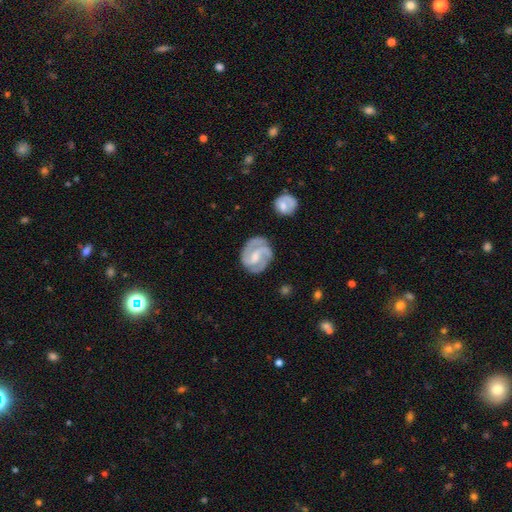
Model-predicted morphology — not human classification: smooth-or-featured: featured or disk: 84% | smooth: 11% | star or artifact: 5%
  disk-edge-on: no: 98% | yes: 2%
    bar: weak: 54% | no: 25% | strong: 21%
    has-spiral-arms: yes: 96% | no: 4%
      spiral-winding: medium: 49% | tight: 39% | loose: 12%
      spiral-arm-count: 2: 47% | 3: 35% | can't tell: 9% | 4: 4% | 1: 3% | more than 4: 3%
    bulge-size: moderate: 43% | small: 40% | none: 11% | large: 4% | dominant: 1%
  merging: none: 72% | minor disturbance: 18% | major disturbance: 7% | merger: 2%